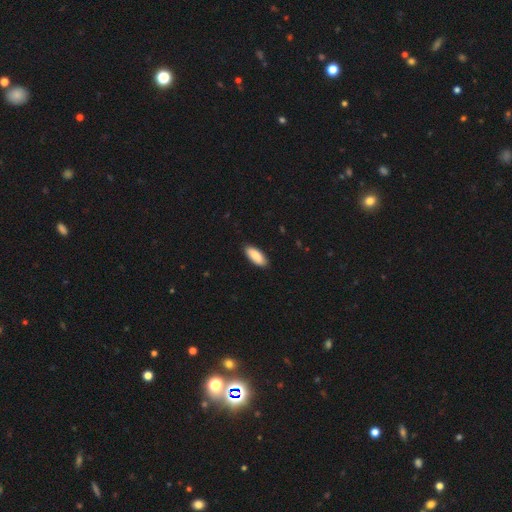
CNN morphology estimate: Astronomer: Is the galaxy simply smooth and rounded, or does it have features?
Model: smooth — 87%.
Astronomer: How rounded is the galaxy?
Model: in between — 78%.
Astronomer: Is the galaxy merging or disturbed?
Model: none — 88%.